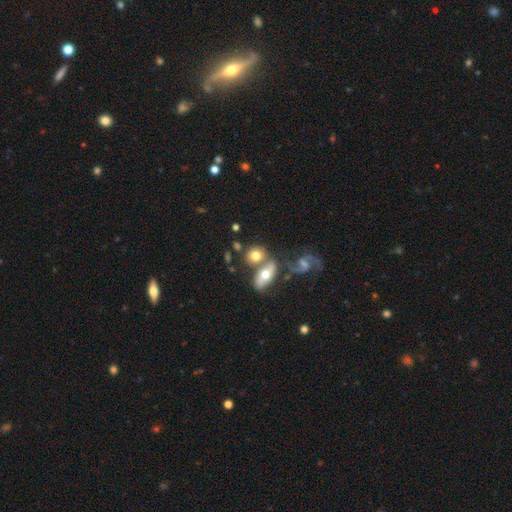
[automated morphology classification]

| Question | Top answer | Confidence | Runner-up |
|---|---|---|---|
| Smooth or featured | smooth | 61% | featured or disk (30%) |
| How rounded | round | 53% | in between (44%) |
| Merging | none | 43% | merger (41%) |